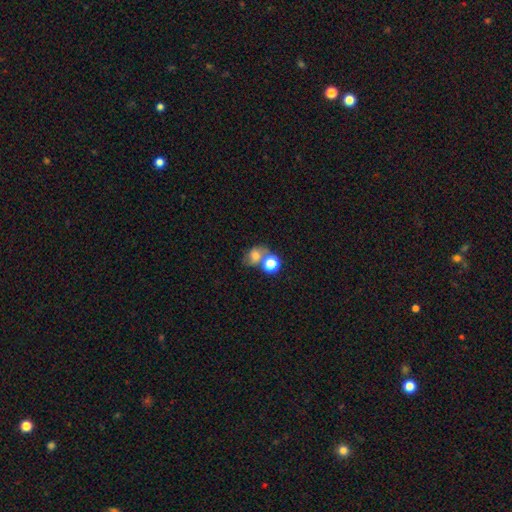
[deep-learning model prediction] This appears to be a smooth galaxy with no disk features (64%) that is round (54%). Merging: merger (42%).